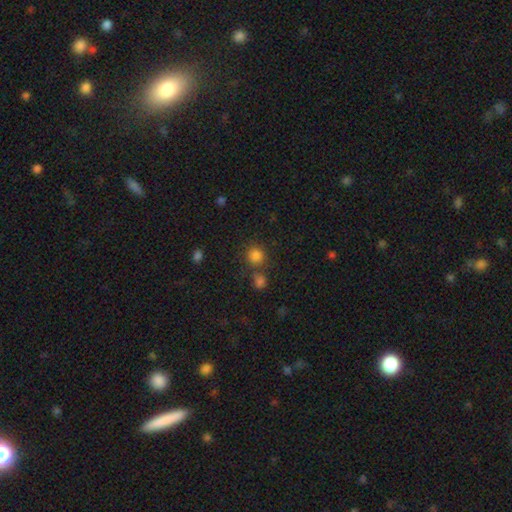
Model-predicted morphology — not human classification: This is clearly a smooth galaxy (83%). How rounded: clearly round (89%). Merging: likely none (67%).